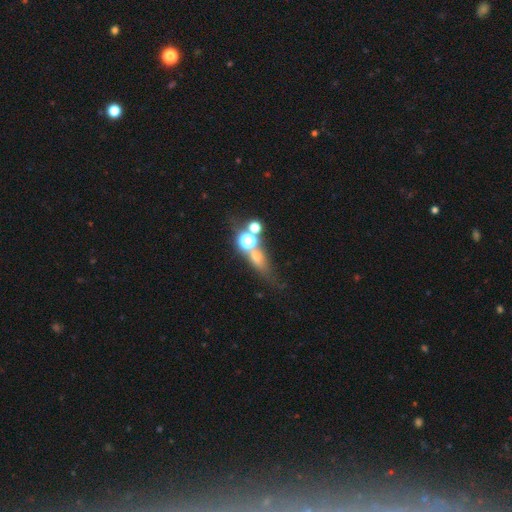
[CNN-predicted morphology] This is possibly a smooth galaxy (46%). Merging: possibly none (46%).